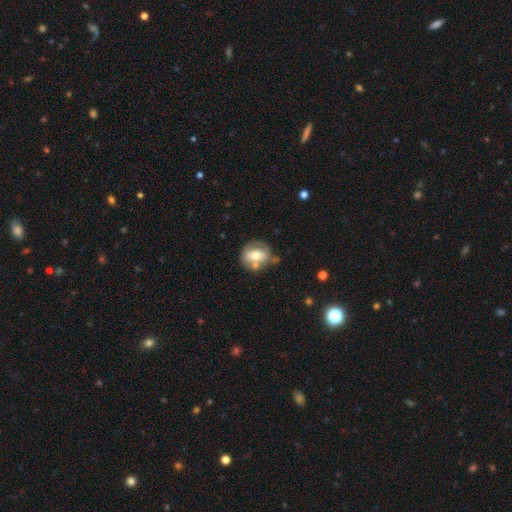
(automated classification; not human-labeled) A smooth galaxy with no disk features (51%) that is round (65%).

Vote fractions:
- Smooth or featured? smooth: 51% / featured or disk: 41% / star or artifact: 8%
- How rounded? round: 65% / in between: 34% / cigar-shaped: 1%
- Merging? none: 49% / minor disturbance: 23% / merger: 18% / major disturbance: 10%